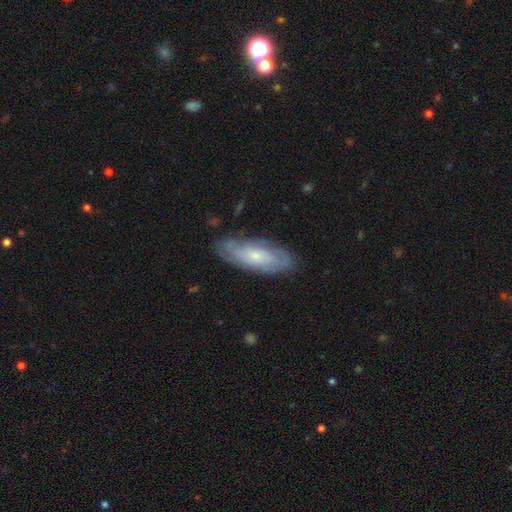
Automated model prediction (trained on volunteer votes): A featured or disk galaxy (65%) with no bar (72%), spiral arms (85%) and a small central bulge (69%). Merging: none (77%).